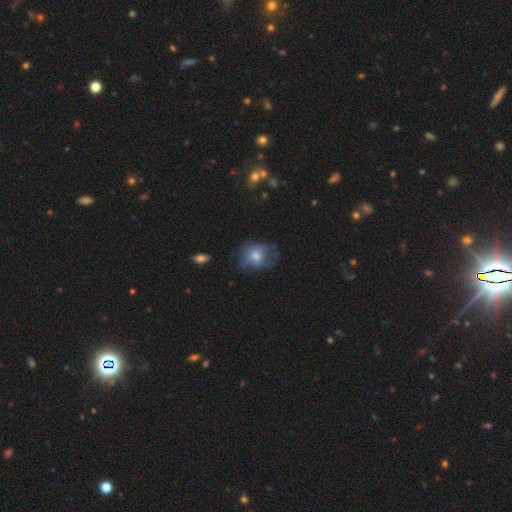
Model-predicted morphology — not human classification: This appears to be a smooth galaxy with no disk features (59%) that is round (53%). Merging: none (46%).